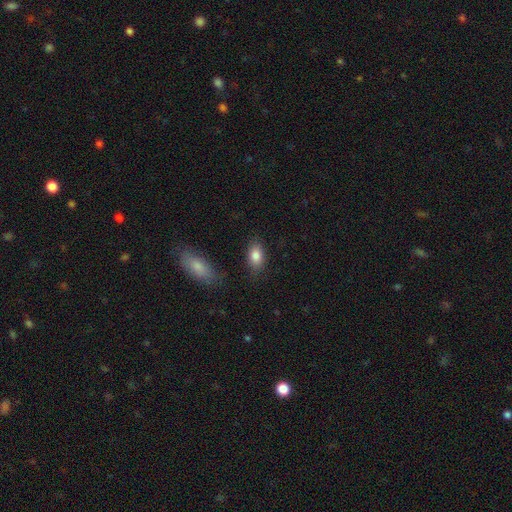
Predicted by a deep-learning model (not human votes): The model was most divided on "merging": none: 82%, minor disturbance: 12%, major disturbance: 3%, merger: 3%. More confident: how rounded — in between (89%); smooth or featured — smooth (84%).